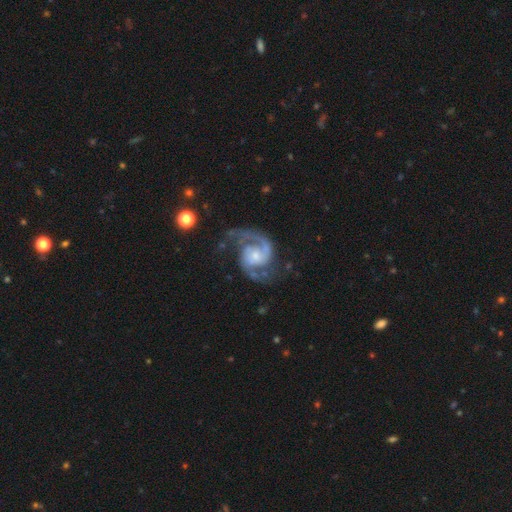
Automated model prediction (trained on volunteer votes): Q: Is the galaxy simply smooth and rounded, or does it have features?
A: featured or disk — 92%.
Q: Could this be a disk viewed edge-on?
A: no — 98%.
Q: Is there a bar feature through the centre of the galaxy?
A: no — 58%.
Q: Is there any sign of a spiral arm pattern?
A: yes — 98%.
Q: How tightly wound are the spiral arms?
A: medium — 59%.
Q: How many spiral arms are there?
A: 2 — 90%.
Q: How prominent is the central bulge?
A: small — 47%.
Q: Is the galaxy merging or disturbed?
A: none — 67%.